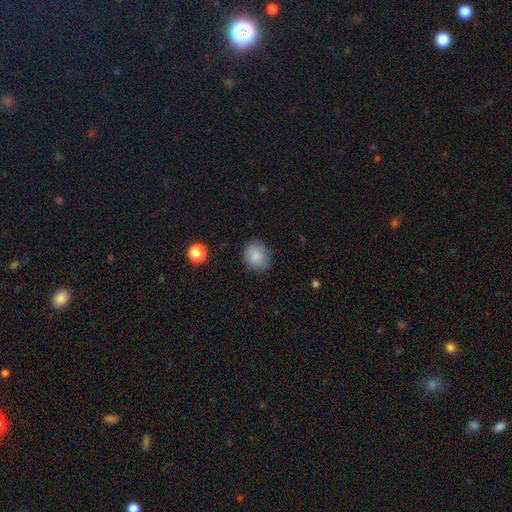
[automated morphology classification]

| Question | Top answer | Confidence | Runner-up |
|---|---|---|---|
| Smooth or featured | smooth | 85% | star or artifact (9%) |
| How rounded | round | 73% | in between (27%) |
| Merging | none | 80% | minor disturbance (15%) |